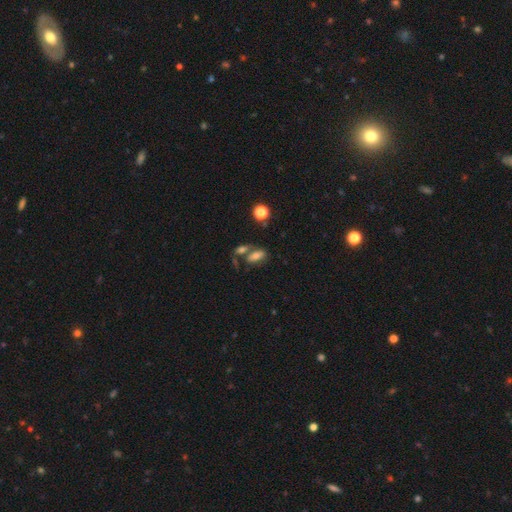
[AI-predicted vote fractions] Smooth or featured: smooth — 69% (featured or disk — 18%)
How rounded: in between — 77% (cigar-shaped — 15%)
Merging: none — 45% (merger — 34%)